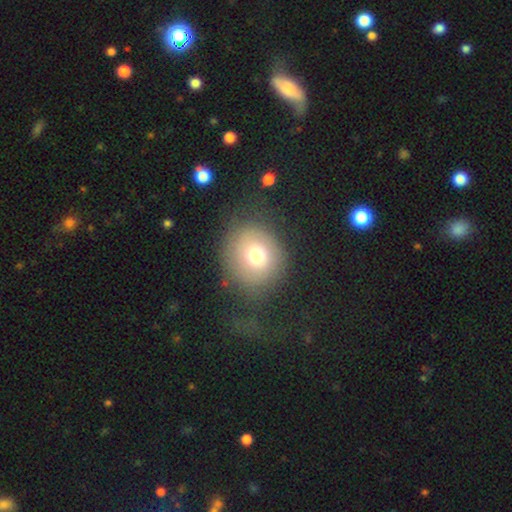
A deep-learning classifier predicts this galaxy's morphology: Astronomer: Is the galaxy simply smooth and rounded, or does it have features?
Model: smooth — 69%.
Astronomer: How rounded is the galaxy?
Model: round — 82%.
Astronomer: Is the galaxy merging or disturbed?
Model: none — 66%.